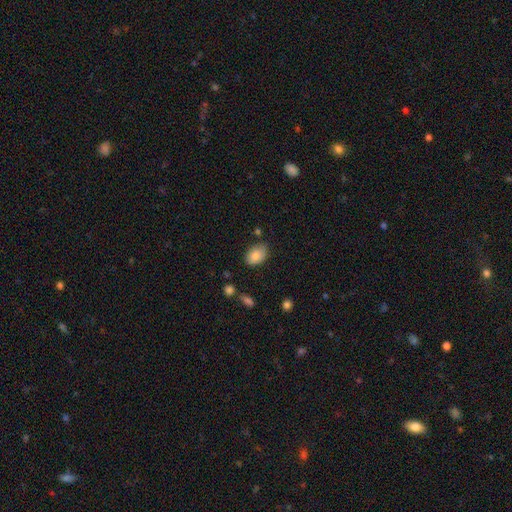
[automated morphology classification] Smooth or featured: smooth — 85% (featured or disk — 8%)
How rounded: in between — 83% (round — 16%)
Merging: none — 73% (minor disturbance — 20%)